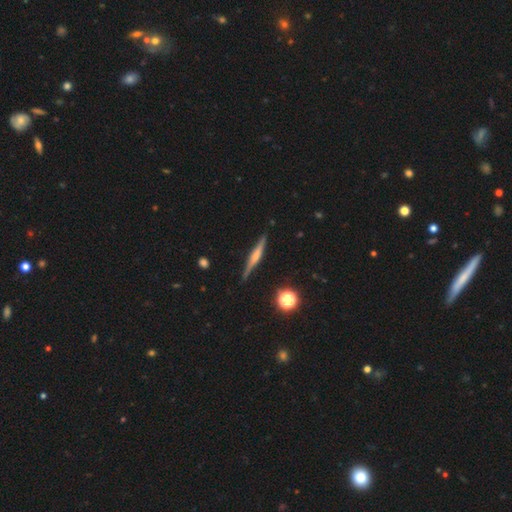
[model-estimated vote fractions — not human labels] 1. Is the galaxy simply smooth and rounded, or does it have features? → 63% featured or disk, 28% smooth, 8% star or artifact.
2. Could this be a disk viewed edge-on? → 97% yes, 3% no.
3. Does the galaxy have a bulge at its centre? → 54% rounded, 23% boxy, 23% none.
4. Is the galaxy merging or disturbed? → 86% none, 10% minor disturbance, 2% major disturbance, 2% merger.